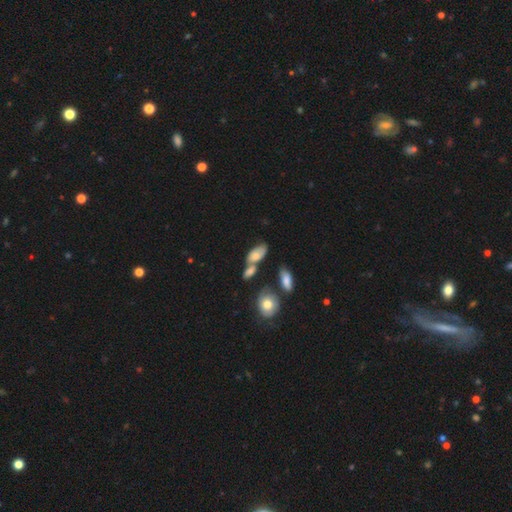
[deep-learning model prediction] Smooth or featured? smooth (64%)
How rounded? in between (88%)
Merging? none (42%)